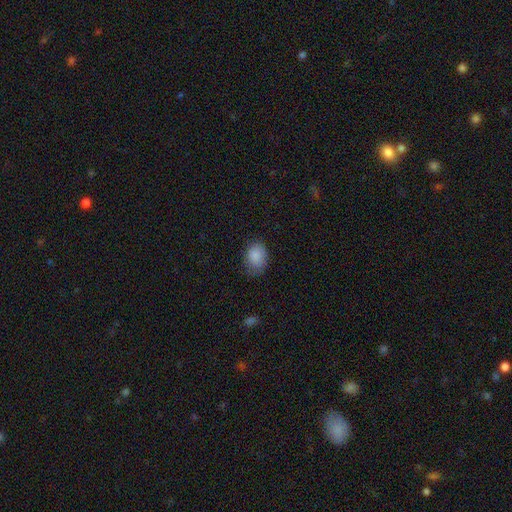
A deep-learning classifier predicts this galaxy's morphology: Smooth or featured? smooth (86%)
How rounded? in between (69%)
Merging? none (62%)